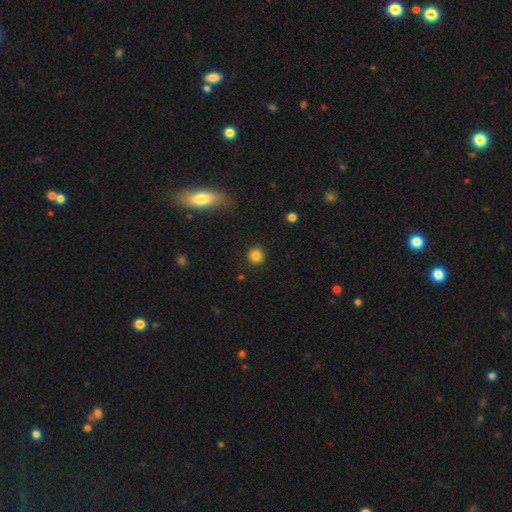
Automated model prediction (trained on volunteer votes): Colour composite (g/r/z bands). It shows a smooth galaxy with no disk features (84%) that is round (93%). Merging: none (90%).